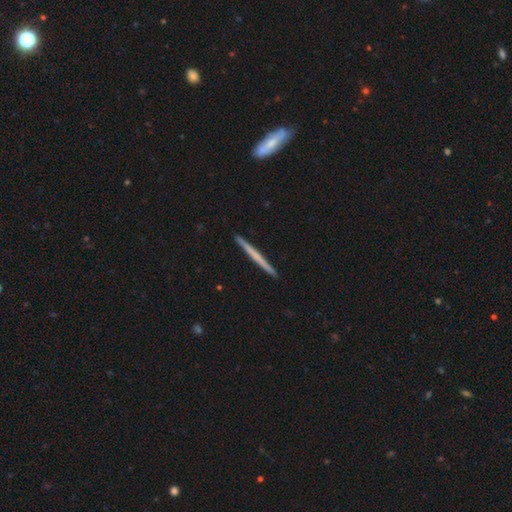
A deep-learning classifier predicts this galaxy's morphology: Q: Smooth or featured?
A: smooth (48%); runner-up: featured or disk (47%)
Q: Merging?
A: none (92%); runner-up: minor disturbance (5%)